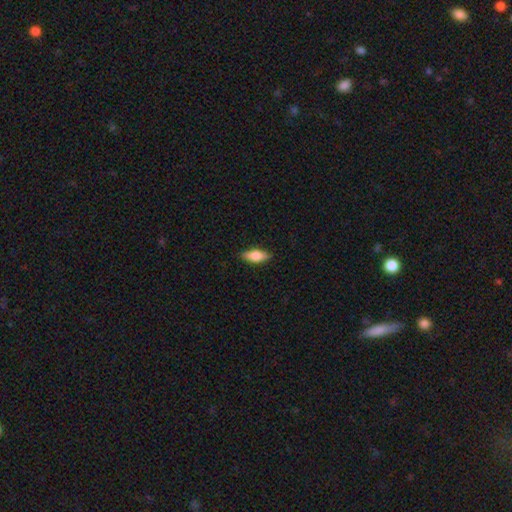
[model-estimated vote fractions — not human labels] smooth_or_featured: smooth (p=0.65) [alt: featured or disk p=0.28]
how_rounded: in between (p=0.70) [alt: cigar-shaped p=0.27]
merging: none (p=0.87) [alt: minor disturbance p=0.10]